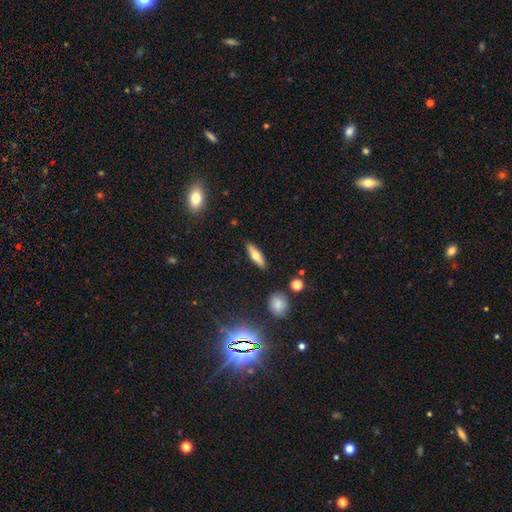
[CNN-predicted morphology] smooth-or-featured: smooth: 61% | featured or disk: 32% | star or artifact: 8%
  how-rounded: cigar-shaped: 51% | in between: 46% | round: 3%
  merging: none: 89% | minor disturbance: 8% | major disturbance: 2% | merger: 2%